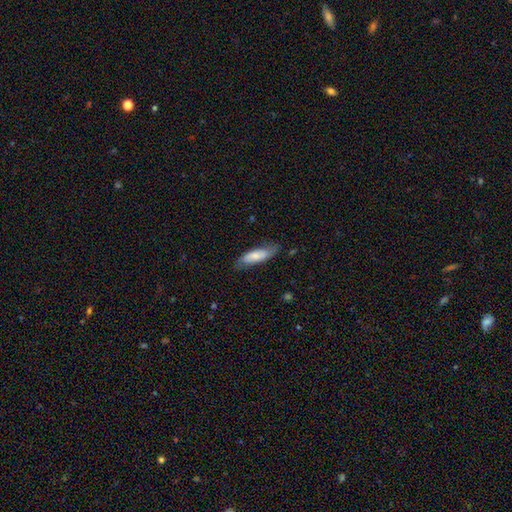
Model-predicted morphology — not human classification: smooth_or_featured: smooth (p=0.68) [alt: featured or disk p=0.27]
how_rounded: in between (p=0.53) [alt: cigar-shaped p=0.45]
merging: none (p=0.72) [alt: minor disturbance p=0.21]